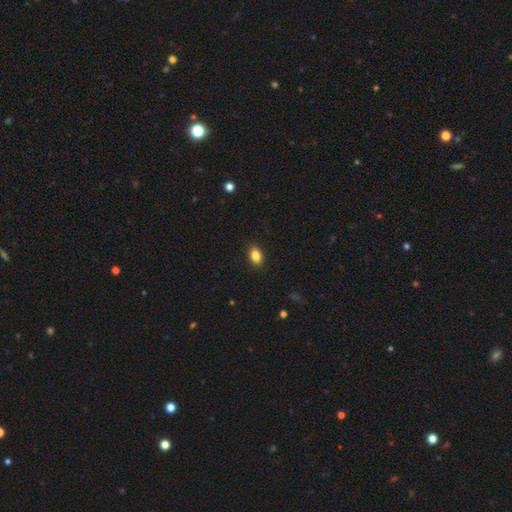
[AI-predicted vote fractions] Smooth or featured?
  - smooth: 86% *
  - star or artifact: 9%
  - featured or disk: 5%
How rounded?
  - in between: 84% *
  - round: 15%
  - cigar-shaped: 2%
Merging?
  - none: 89% *
  - minor disturbance: 8%
  - major disturbance: 2%
  - merger: 1%